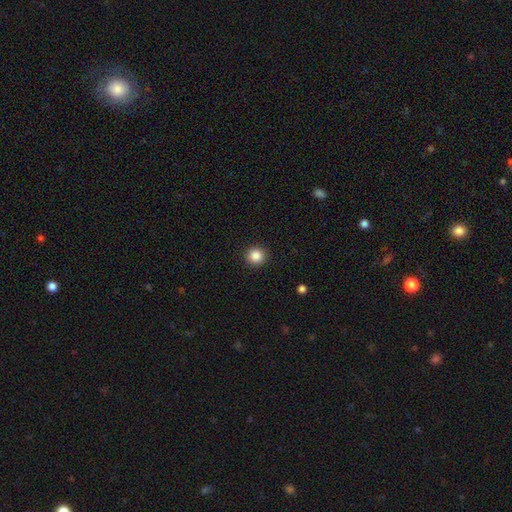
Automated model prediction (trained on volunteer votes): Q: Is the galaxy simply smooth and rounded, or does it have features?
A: smooth — 86%.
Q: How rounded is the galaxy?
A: round — 93%.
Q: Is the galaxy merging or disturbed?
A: none — 92%.